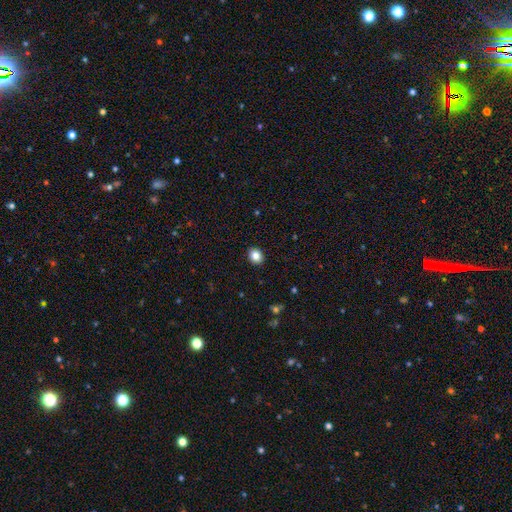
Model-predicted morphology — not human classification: This is clearly a smooth galaxy (84%). How rounded: likely round (63%). Merging: clearly none (92%).